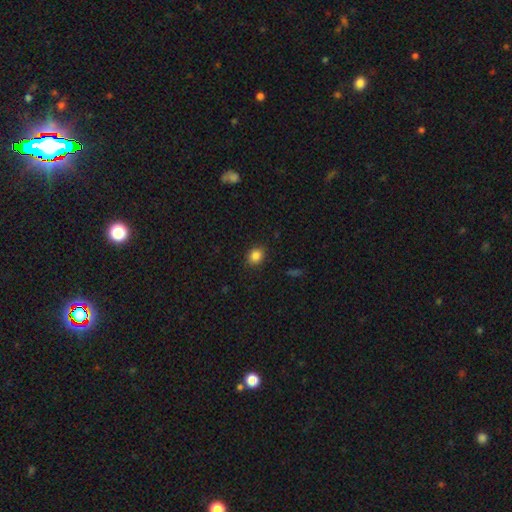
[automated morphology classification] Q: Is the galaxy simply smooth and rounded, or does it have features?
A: smooth — 85%.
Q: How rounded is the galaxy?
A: round — 55%.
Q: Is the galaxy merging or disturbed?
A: none — 89%.